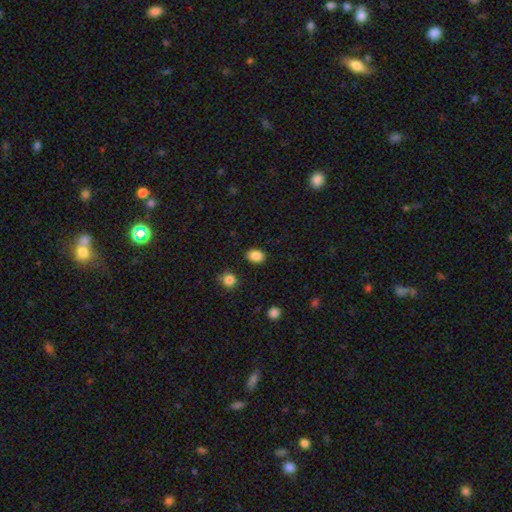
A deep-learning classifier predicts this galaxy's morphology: This is clearly a smooth galaxy (86%). How rounded: likely in between (69%). Merging: clearly none (88%).